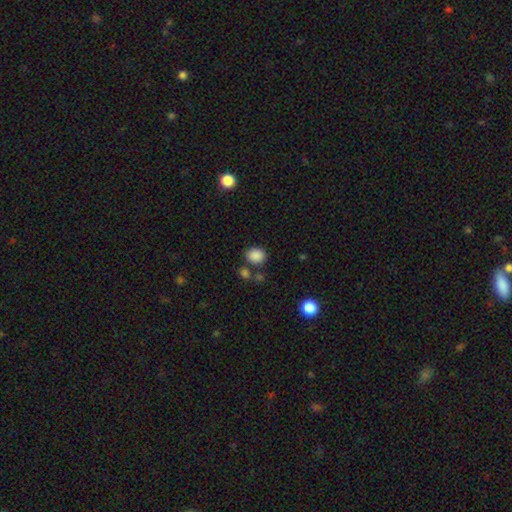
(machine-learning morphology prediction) The model was most divided on "how rounded": round: 56%, in between: 43%, cigar-shaped: 1%. More confident: smooth or featured — smooth (86%); merging — none (74%).